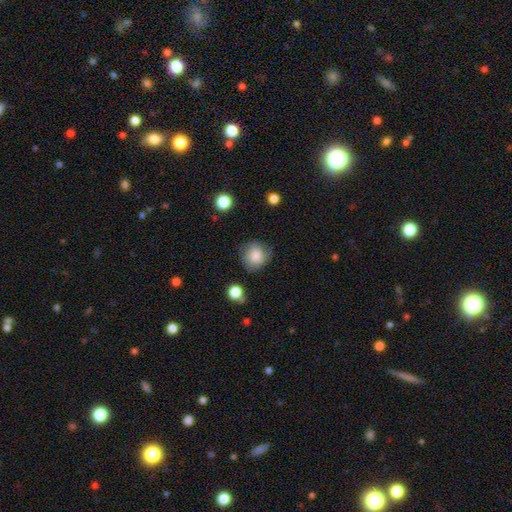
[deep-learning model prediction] smooth 79%, featured or disk 12%, star or artifact 9%. Down the decision tree: how rounded — round (87%); merging — none (75%).